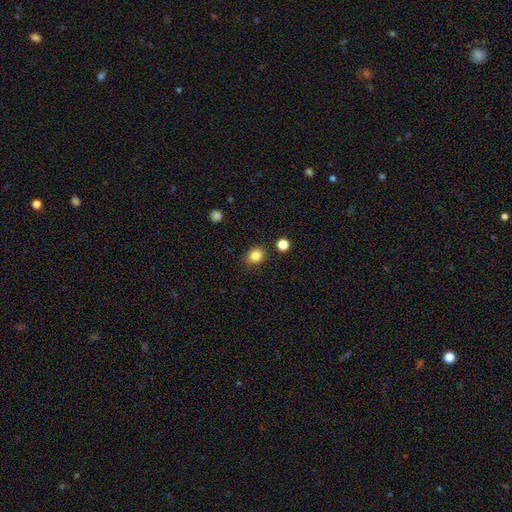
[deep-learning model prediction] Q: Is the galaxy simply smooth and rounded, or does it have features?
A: smooth — 83%.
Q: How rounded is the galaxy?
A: round — 66%.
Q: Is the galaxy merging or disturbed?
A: none — 85%.